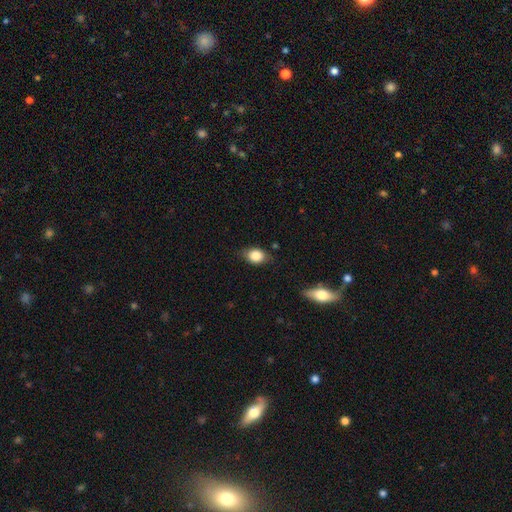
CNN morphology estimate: Smooth or featured?
  - smooth: 81% *
  - featured or disk: 11%
  - star or artifact: 8%
How rounded?
  - in between: 65% *
  - round: 33%
  - cigar-shaped: 2%
Merging?
  - none: 75% *
  - minor disturbance: 20%
  - major disturbance: 4%
  - merger: 1%